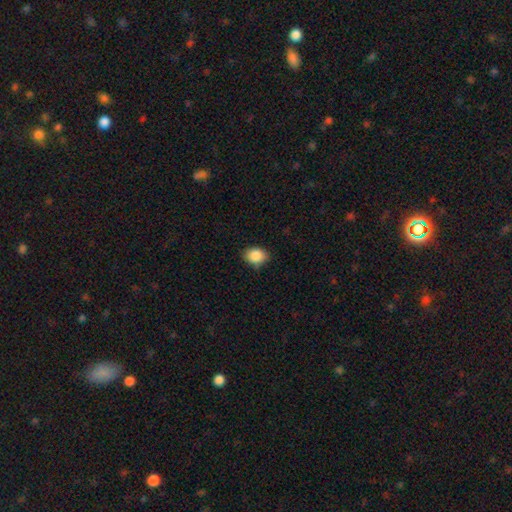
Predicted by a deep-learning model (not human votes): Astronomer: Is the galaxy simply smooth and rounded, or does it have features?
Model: smooth — 88%.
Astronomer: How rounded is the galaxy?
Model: in between — 63%.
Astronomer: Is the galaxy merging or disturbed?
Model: none — 81%.